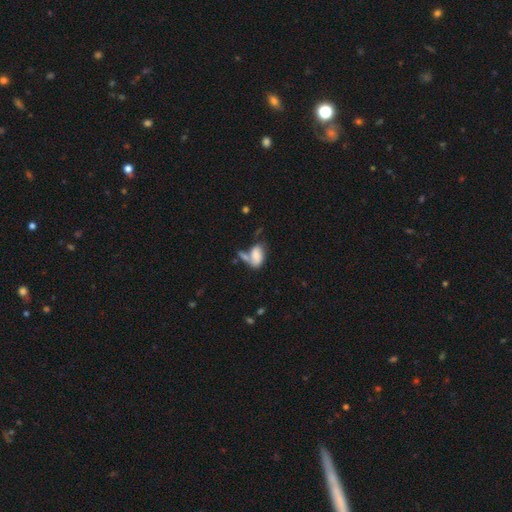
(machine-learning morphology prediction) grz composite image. It shows a smooth galaxy with no disk features (67%) that is in between round and cigar-shaped (90%). Merging: merger (35%).